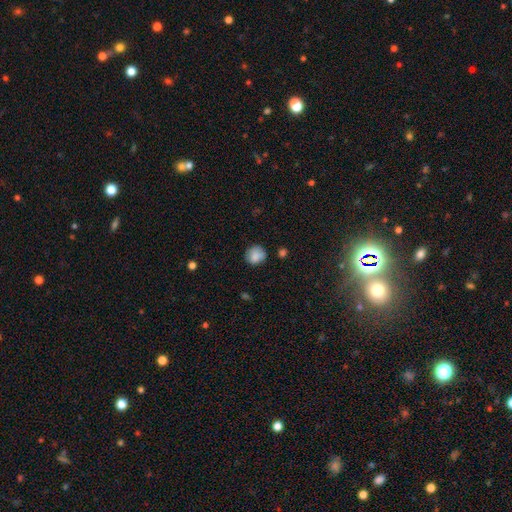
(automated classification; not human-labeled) This is clearly a smooth galaxy (82%). How rounded: clearly round (81%). Merging: likely none (71%).